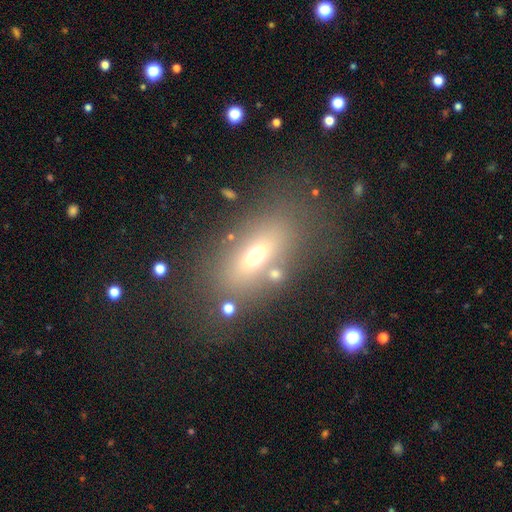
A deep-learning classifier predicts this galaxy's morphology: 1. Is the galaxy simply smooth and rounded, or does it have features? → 60% smooth, 24% featured or disk, 17% star or artifact.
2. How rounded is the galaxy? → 75% in between, 13% round, 13% cigar-shaped.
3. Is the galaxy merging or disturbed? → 70% none, 13% minor disturbance, 10% major disturbance, 7% merger.